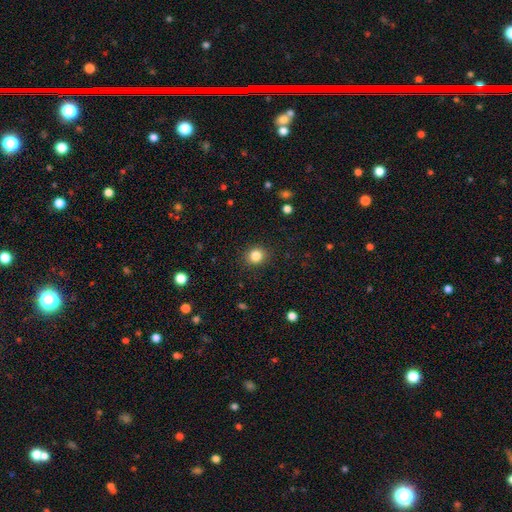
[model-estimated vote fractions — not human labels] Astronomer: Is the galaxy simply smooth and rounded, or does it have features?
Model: smooth — 84%.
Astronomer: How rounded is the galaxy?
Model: round — 83%.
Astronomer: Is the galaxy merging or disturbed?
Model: none — 90%.